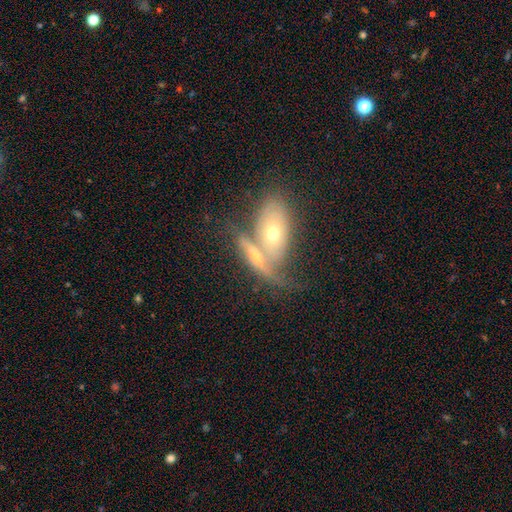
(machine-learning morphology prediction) Overall: featured or disk (53%; smooth 39%). Edge-on disk: no (53%; yes 47%). Merging: merger (53%; none 27%).